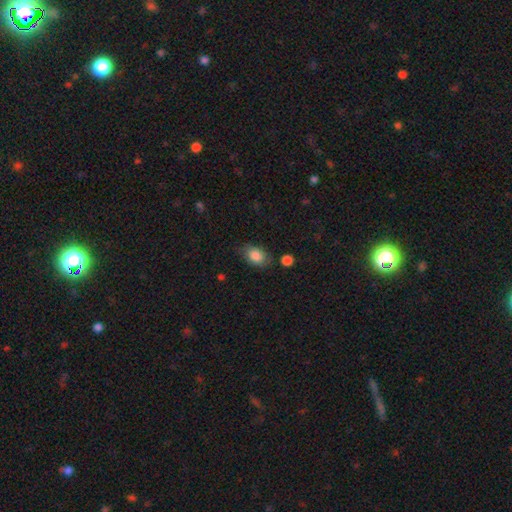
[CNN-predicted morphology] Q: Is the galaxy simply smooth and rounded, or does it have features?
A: smooth — 85%.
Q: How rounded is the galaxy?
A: in between — 84%.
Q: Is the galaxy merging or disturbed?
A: none — 72%.